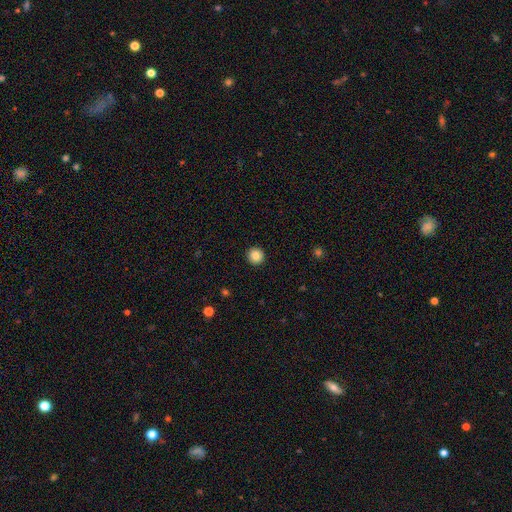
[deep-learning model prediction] Smooth or featured?
  - smooth: 85% *
  - star or artifact: 9%
  - featured or disk: 5%
How rounded?
  - round: 95% *
  - in between: 4%
  - cigar-shaped: 1%
Merging?
  - none: 93% *
  - minor disturbance: 4%
  - major disturbance: 1%
  - merger: 1%